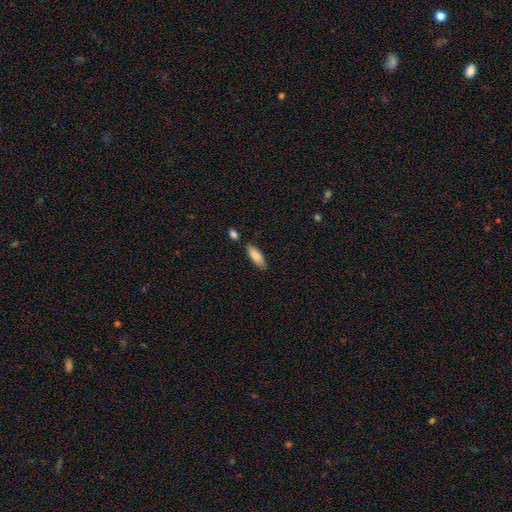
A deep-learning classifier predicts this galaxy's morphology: smooth_or_featured: smooth (p=0.86) [alt: featured or disk p=0.08]
how_rounded: in between (p=0.61) [alt: cigar-shaped p=0.38]
merging: none (p=0.75) [alt: minor disturbance p=0.15]